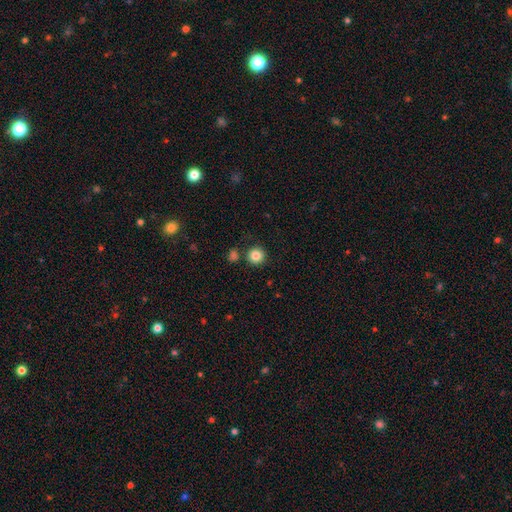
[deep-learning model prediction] Morphology: type=smooth (85%); roundness=round (94%); merging=none (84%).